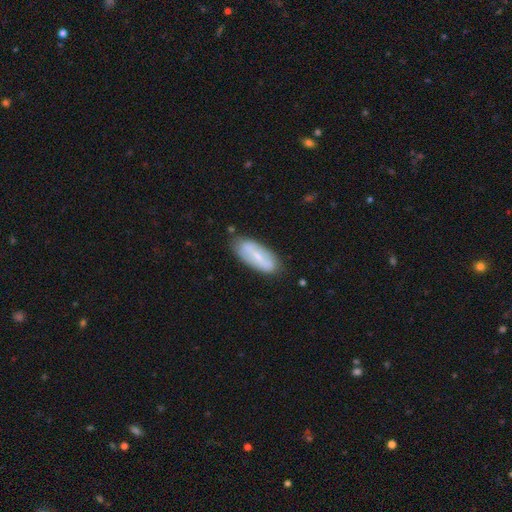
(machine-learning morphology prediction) A featured or disk galaxy (55%).

Vote fractions:
- Smooth or featured? featured or disk: 55% / smooth: 39% / star or artifact: 6%
- Edge-on disk? no: 84% / yes: 16%
- Merging? none: 82% / minor disturbance: 13% / major disturbance: 3% / merger: 2%